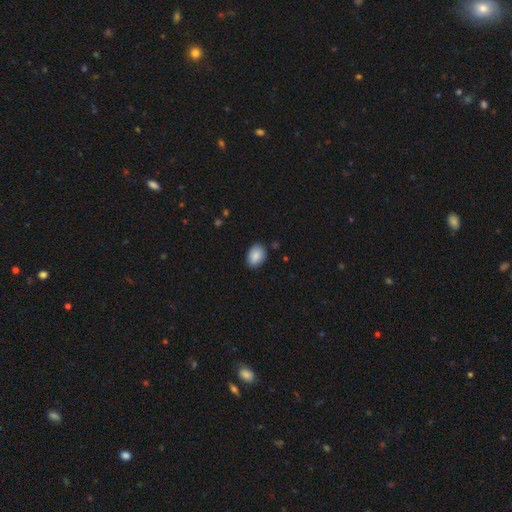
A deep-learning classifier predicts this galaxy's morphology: A smooth galaxy with no disk features (88%) that is in between round and cigar-shaped (80%). Merging: none (85%).